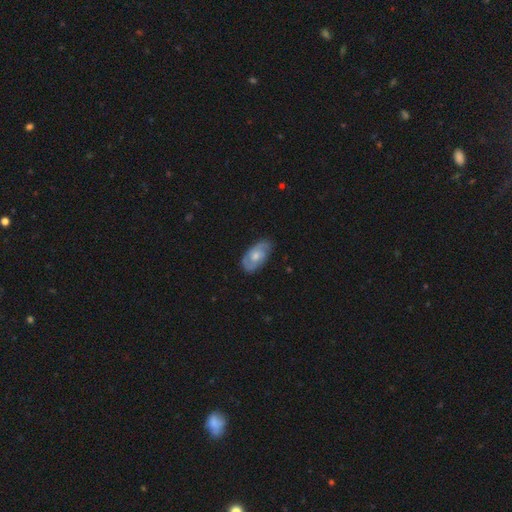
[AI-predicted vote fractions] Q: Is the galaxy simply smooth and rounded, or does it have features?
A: featured or disk — 71%.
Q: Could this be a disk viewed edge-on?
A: no — 95%.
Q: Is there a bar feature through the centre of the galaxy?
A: no — 71%.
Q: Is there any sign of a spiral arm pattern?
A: yes — 90%.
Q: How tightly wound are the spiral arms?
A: tight — 47%.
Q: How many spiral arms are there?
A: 2 — 70%.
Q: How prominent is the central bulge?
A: moderate — 55%.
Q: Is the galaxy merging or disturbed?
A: none — 78%.